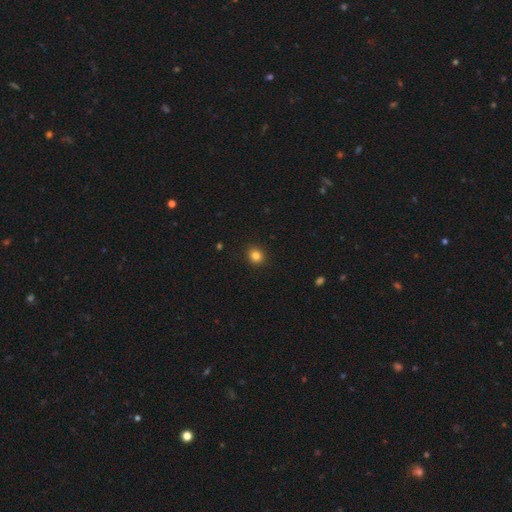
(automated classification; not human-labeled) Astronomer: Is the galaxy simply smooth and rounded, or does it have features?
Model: smooth — 84%.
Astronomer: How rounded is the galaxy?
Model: round — 75%.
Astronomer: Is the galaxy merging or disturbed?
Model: none — 91%.